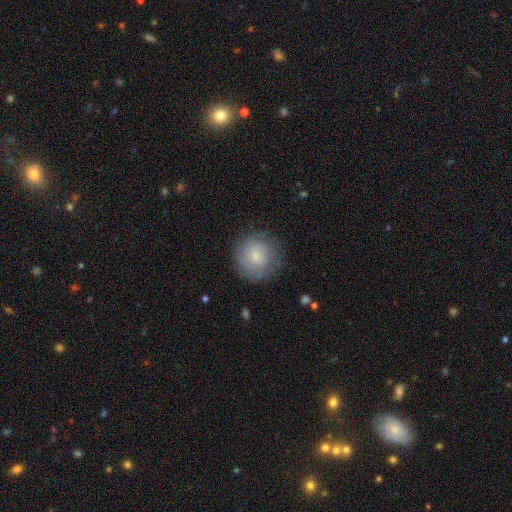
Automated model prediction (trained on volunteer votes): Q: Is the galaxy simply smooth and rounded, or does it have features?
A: smooth — 72%.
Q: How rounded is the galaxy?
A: round — 94%.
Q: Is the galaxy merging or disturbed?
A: none — 82%.